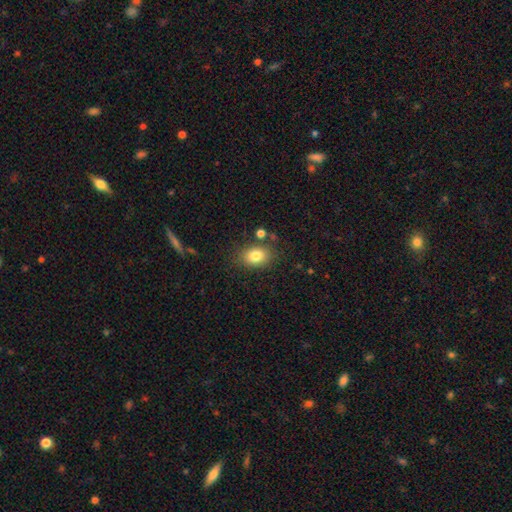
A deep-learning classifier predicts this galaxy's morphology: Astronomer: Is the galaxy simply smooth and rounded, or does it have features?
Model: smooth — 81%.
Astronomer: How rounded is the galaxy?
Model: in between — 72%.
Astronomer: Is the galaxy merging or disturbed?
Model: none — 79%.